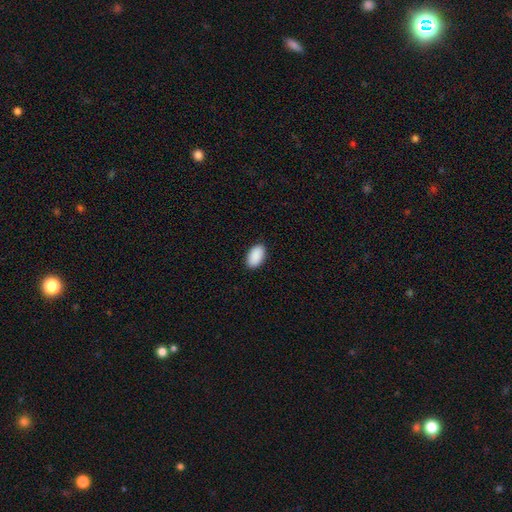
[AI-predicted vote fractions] smooth-or-featured: smooth: 92% | star or artifact: 6% | featured or disk: 2%
  how-rounded: in between: 95% | round: 4% | cigar-shaped: 1%
  merging: none: 90% | minor disturbance: 7% | major disturbance: 2% | merger: 1%